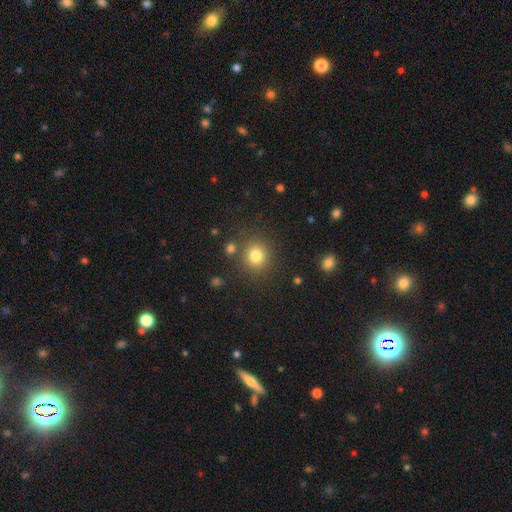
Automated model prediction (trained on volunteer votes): Overall: smooth (81%). How rounded: round (86%). Merging: none (83%).